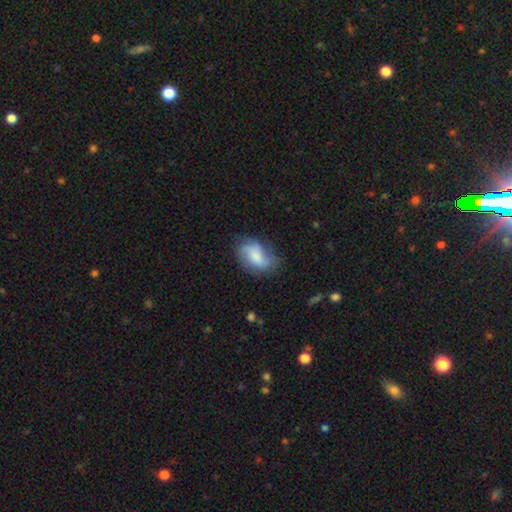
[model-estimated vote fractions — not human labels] A smooth galaxy with no disk features (50%) that is in between round and cigar-shaped (85%). Merging: none (50%).